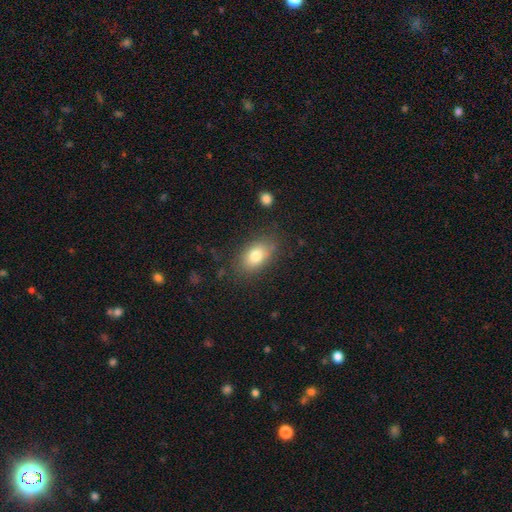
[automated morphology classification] A smooth galaxy with no disk features (79%) that is in between round and cigar-shaped (86%).

Vote fractions:
- Smooth or featured? smooth: 79% / featured or disk: 13% / star or artifact: 8%
- How rounded? in between: 86% / round: 12% / cigar-shaped: 2%
- Merging? none: 77% / minor disturbance: 15% / major disturbance: 5% / merger: 2%